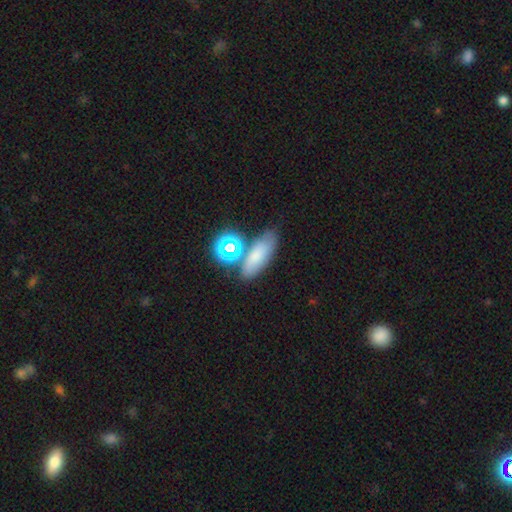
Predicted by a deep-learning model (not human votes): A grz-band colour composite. It shows a smooth galaxy with no disk features (67%) that is in between round and cigar-shaped (65%). Merging: none (62%).